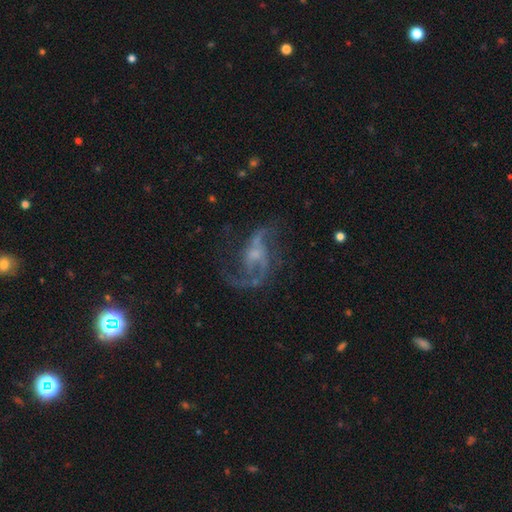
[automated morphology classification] Q: Smooth or featured?
A: featured or disk (86%); runner-up: star or artifact (8%)
Q: Edge-on disk?
A: no (97%); runner-up: yes (3%)
Q: Bar?
A: no (46%); runner-up: weak (42%)
Q: Spiral arms?
A: yes (92%); runner-up: no (8%)
Q: Spiral winding?
A: loose (57%); runner-up: medium (36%)
Q: Spiral arm count?
A: 2 (72%); runner-up: 3 (8%)
Q: Bulge size?
A: small (47%); runner-up: moderate (25%)
Q: Merging?
A: none (56%); runner-up: major disturbance (25%)